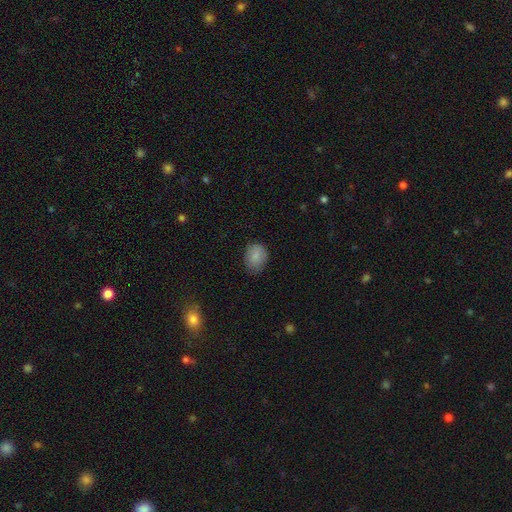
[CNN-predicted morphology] smooth_or_featured: smooth (p=0.85) [alt: star or artifact p=0.08]
how_rounded: in between (p=0.58) [alt: round p=0.41]
merging: none (p=0.71) [alt: minor disturbance p=0.23]